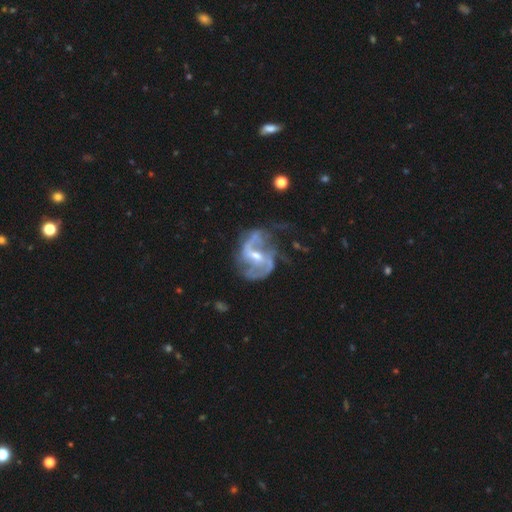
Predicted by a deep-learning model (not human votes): Q: Smooth or featured?
A: featured or disk (89%); runner-up: star or artifact (6%)
Q: Edge-on disk?
A: no (98%); runner-up: yes (2%)
Q: Bar?
A: weak (47%); runner-up: strong (33%)
Q: Spiral arms?
A: yes (95%); runner-up: no (5%)
Q: Spiral winding?
A: medium (46%); runner-up: loose (38%)
Q: Spiral arm count?
A: 2 (74%); runner-up: can't tell (9%)
Q: Bulge size?
A: moderate (54%); runner-up: small (41%)
Q: Merging?
A: none (49%); runner-up: minor disturbance (24%)